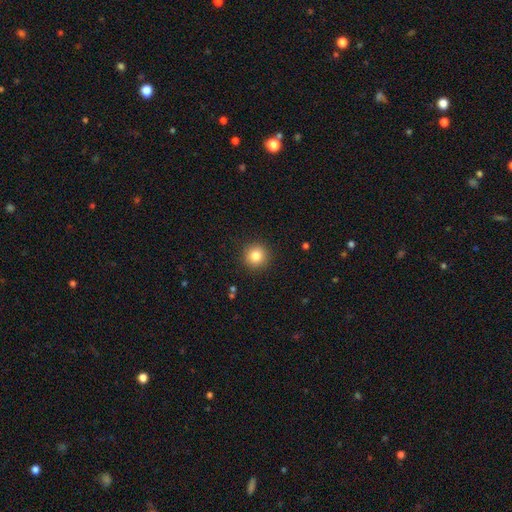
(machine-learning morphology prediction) Smooth or featured: smooth — 83% (star or artifact — 10%)
How rounded: round — 95% (in between — 4%)
Merging: none — 92% (minor disturbance — 5%)